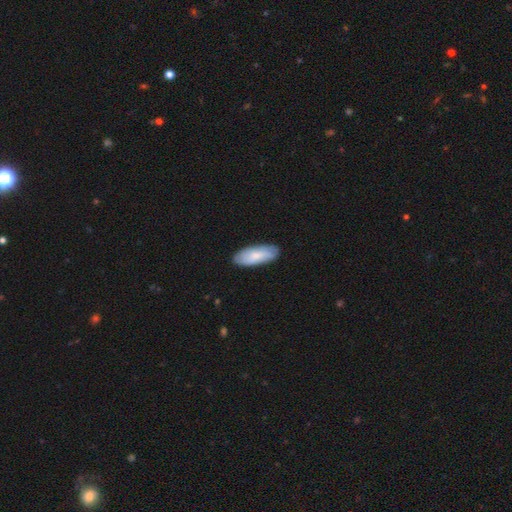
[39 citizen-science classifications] smooth_or_featured: smooth (p=0.82) [alt: featured or disk p=0.15]
how_rounded: in between (p=0.75) [alt: cigar-shaped p=0.16]
merging: none (p=0.89) [alt: minor disturbance p=0.11]